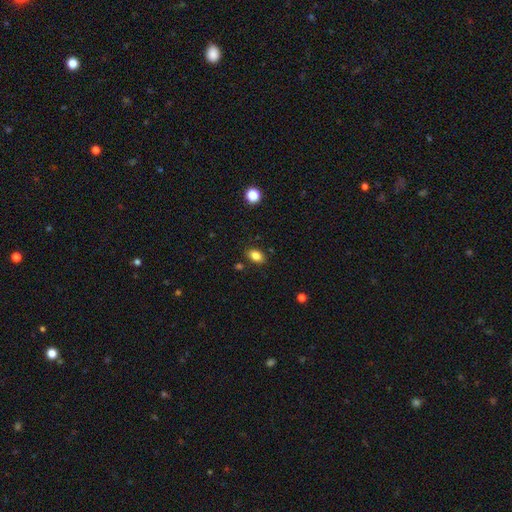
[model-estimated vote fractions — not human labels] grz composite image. It shows a smooth galaxy with no disk features (84%) that is in between round and cigar-shaped (82%). Merging: none (85%).